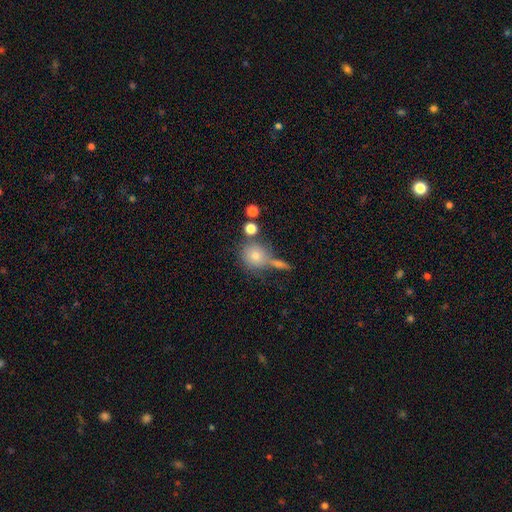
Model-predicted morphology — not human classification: This appears to be a smooth galaxy with no disk features (76%) that is round (84%). Merging: none (55%).